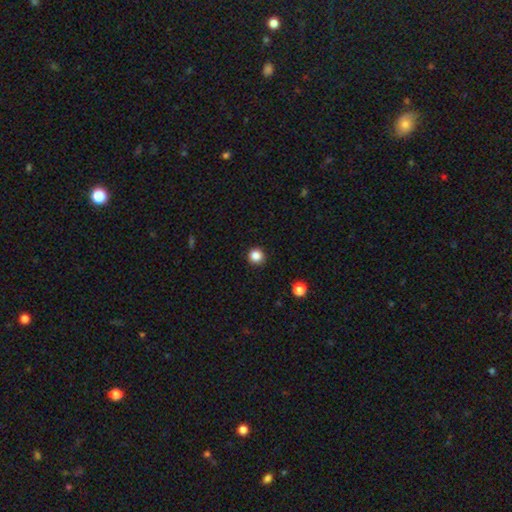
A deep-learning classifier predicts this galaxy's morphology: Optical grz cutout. It shows a smooth galaxy with no disk features (86%) that is round (95%). Merging: none (93%).